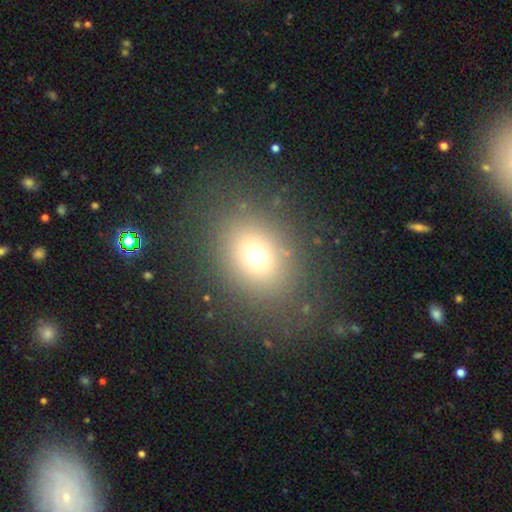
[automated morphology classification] Smooth or featured? smooth (68%)
How rounded? round (55%)
Merging? none (80%)